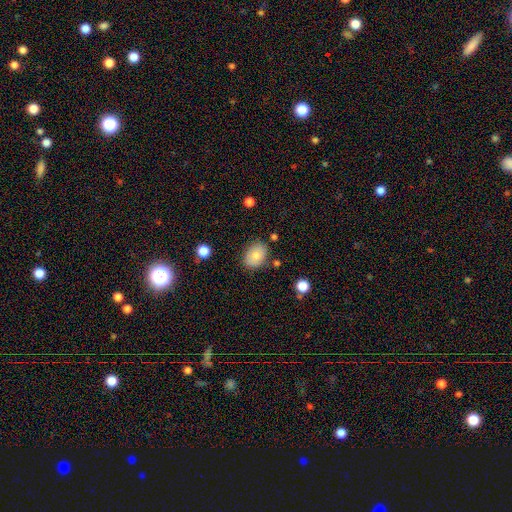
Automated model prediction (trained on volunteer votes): Q: Smooth or featured?
A: smooth (81%); runner-up: featured or disk (11%)
Q: How rounded?
A: in between (74%); runner-up: round (25%)
Q: Merging?
A: none (79%); runner-up: minor disturbance (14%)